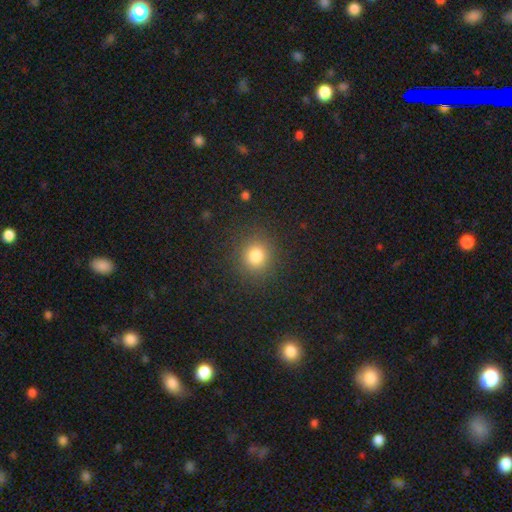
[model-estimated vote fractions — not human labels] Smooth or featured?
  - smooth: 80% *
  - star or artifact: 14%
  - featured or disk: 6%
How rounded?
  - round: 87% *
  - in between: 12%
  - cigar-shaped: 1%
Merging?
  - none: 89% *
  - minor disturbance: 7%
  - major disturbance: 3%
  - merger: 1%